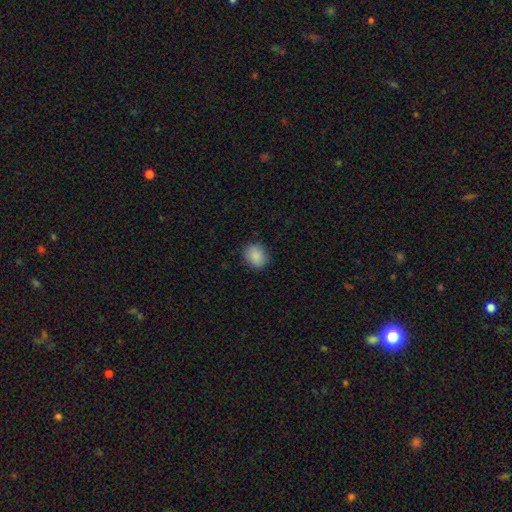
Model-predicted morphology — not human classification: Overall: smooth (88%). How rounded: round (68%; in between 31%). Merging: none (86%).